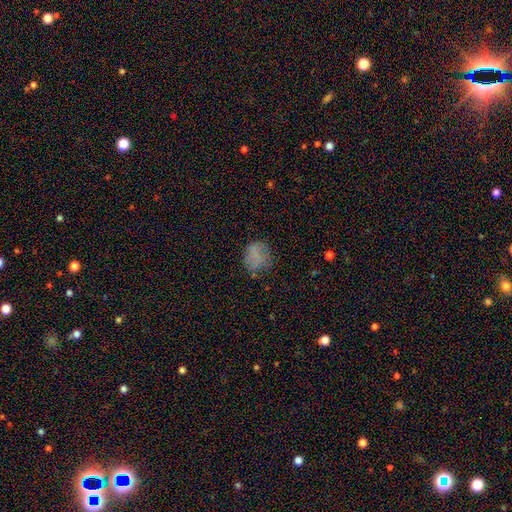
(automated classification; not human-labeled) A smooth galaxy with no disk features (72%) that is round (66%).

Vote fractions:
- Smooth or featured? smooth: 72% / featured or disk: 15% / star or artifact: 13%
- How rounded? round: 66% / in between: 32% / cigar-shaped: 1%
- Merging? none: 63% / minor disturbance: 23% / major disturbance: 12% / merger: 2%